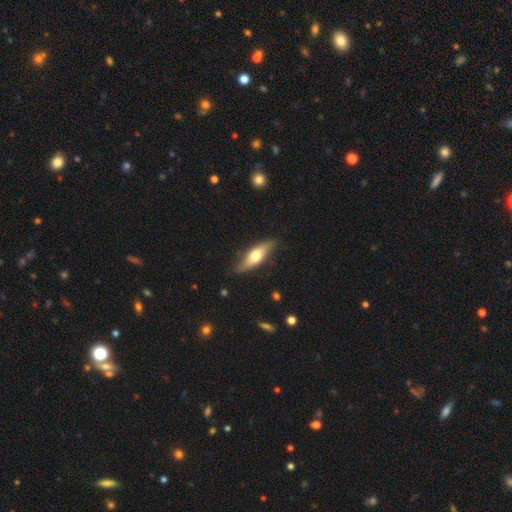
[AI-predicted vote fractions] Smooth or featured?
  - smooth: 55% *
  - featured or disk: 40%
  - star or artifact: 5%
How rounded?
  - in between: 52% *
  - cigar-shaped: 45%
  - round: 3%
Merging?
  - none: 78% *
  - minor disturbance: 18%
  - major disturbance: 3%
  - merger: 1%